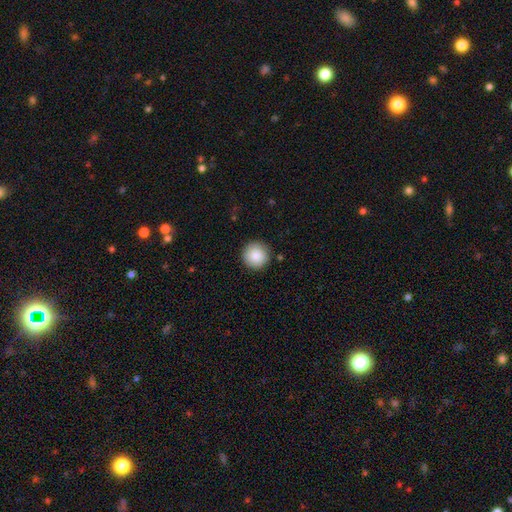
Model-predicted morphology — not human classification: Smooth or featured? smooth (88%)
How rounded? round (96%)
Merging? none (90%)